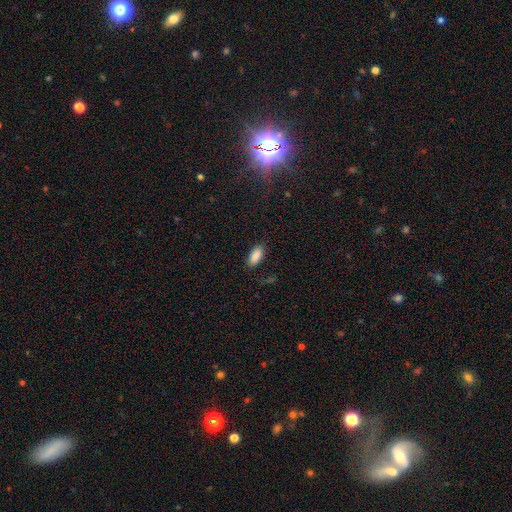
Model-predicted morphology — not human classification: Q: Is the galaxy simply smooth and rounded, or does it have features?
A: smooth — 88%.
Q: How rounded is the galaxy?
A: in between — 87%.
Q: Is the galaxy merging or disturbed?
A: none — 85%.